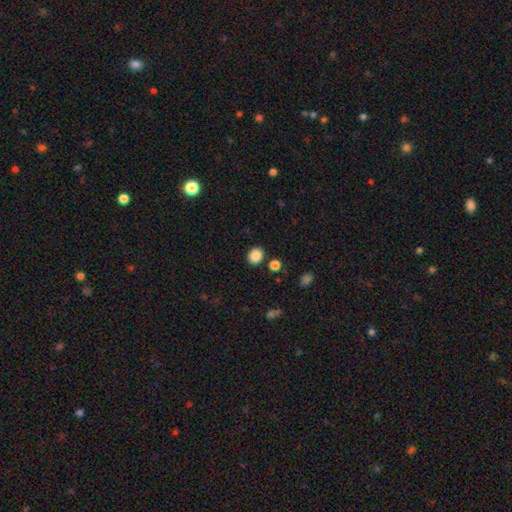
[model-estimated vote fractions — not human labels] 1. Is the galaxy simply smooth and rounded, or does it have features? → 87% smooth, 10% star or artifact, 3% featured or disk.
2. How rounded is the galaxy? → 68% round, 31% in between, 1% cigar-shaped.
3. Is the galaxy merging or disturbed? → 85% none, 8% minor disturbance, 4% merger, 3% major disturbance.